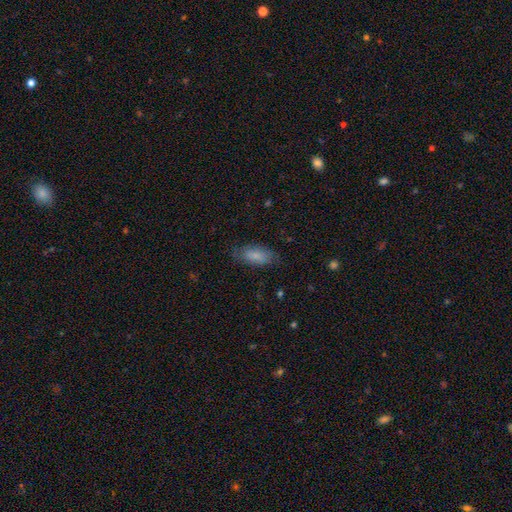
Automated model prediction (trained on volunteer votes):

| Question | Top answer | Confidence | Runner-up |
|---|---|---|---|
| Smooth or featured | smooth | 81% | featured or disk (13%) |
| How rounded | in between | 87% | cigar-shaped (11%) |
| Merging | none | 74% | minor disturbance (19%) |